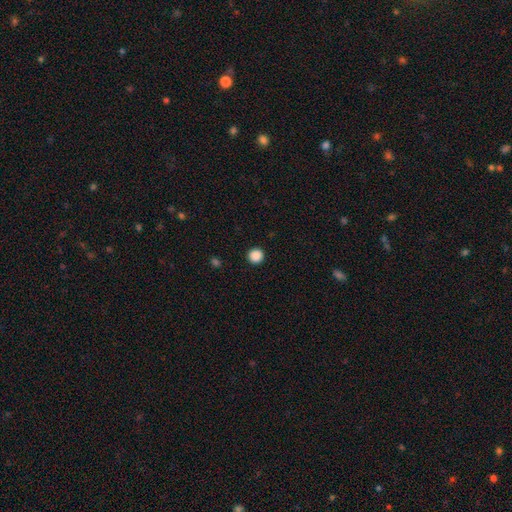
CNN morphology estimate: This is clearly a smooth galaxy (88%). How rounded: clearly round (95%). Merging: clearly none (93%).